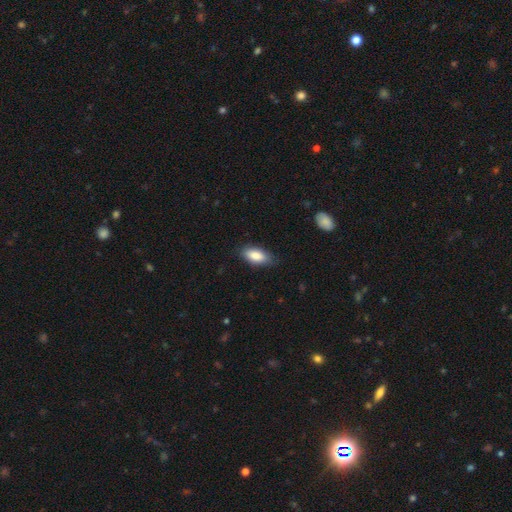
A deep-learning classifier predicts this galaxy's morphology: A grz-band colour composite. It shows a smooth galaxy with no disk features (85%) that is in between round and cigar-shaped (88%). Merging: none (80%).